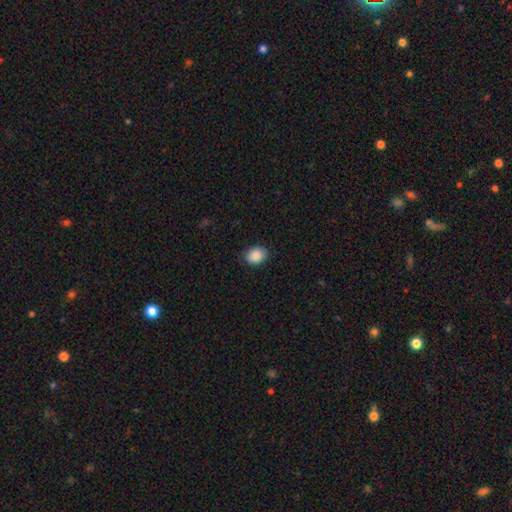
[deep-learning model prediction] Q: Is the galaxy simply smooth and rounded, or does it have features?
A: smooth — 89%.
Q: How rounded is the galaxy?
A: in between — 60%.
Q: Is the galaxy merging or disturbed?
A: none — 86%.